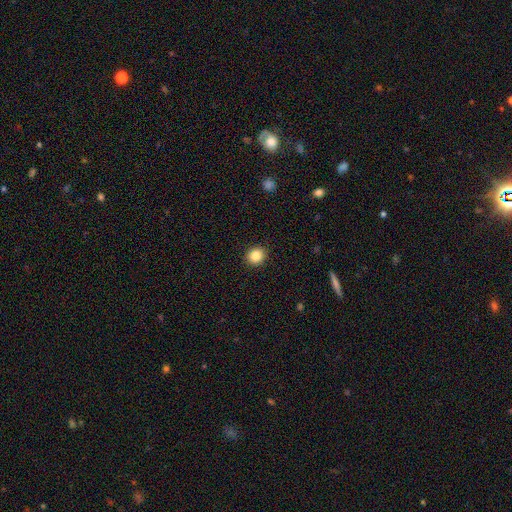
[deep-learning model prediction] This is clearly a smooth galaxy (85%). How rounded: clearly round (80%). Merging: clearly none (92%).